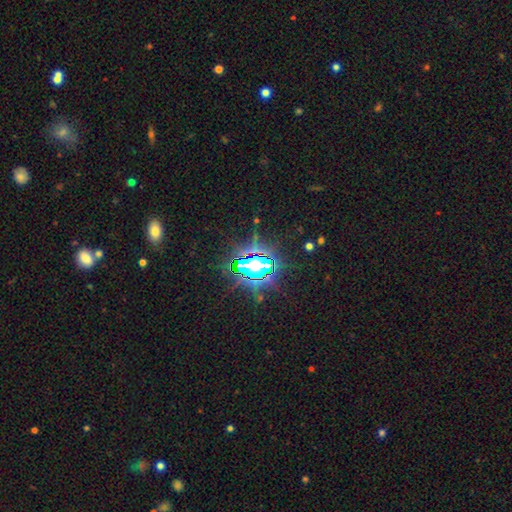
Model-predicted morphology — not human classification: star or artifact 81%, smooth 11%, featured or disk 8%.